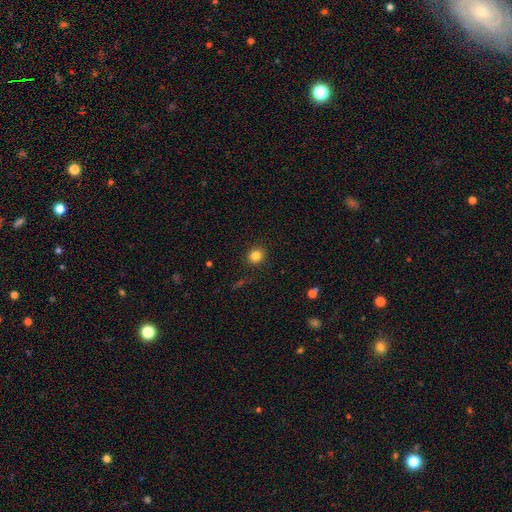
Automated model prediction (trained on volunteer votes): This is clearly a smooth galaxy (83%). How rounded: clearly round (81%). Merging: clearly none (90%).